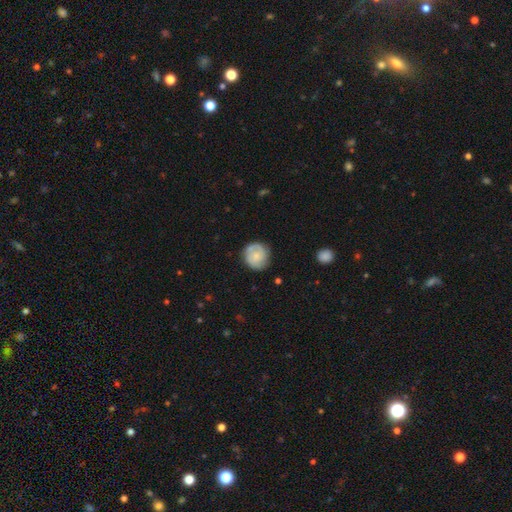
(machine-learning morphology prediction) smooth-or-featured: smooth: 50% | featured or disk: 43% | star or artifact: 7%
  how-rounded: round: 88% | in between: 11% | cigar-shaped: 1%
  merging: none: 76% | minor disturbance: 18% | major disturbance: 5% | merger: 2%